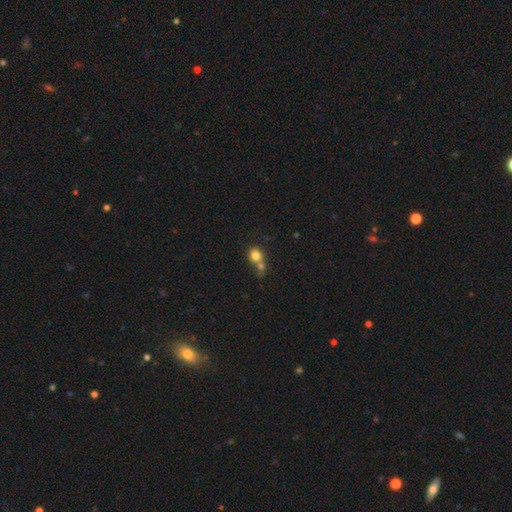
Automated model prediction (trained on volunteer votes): smooth 78%, featured or disk 11%, star or artifact 11%. Down the decision tree: how rounded — round (80%); merging — merger (54%).